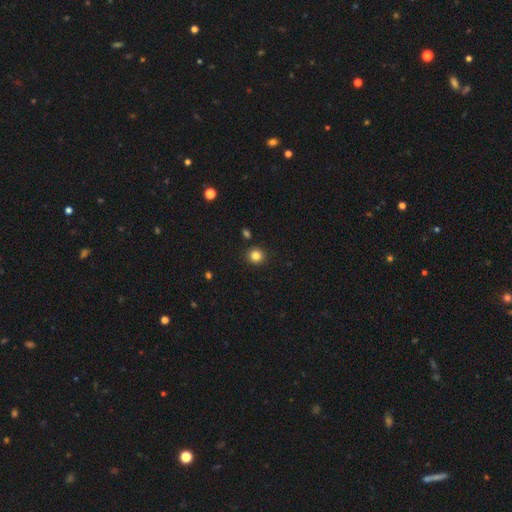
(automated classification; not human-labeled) smooth_or_featured: smooth (p=0.83) [alt: star or artifact p=0.12]
how_rounded: round (p=0.91) [alt: in between p=0.08]
merging: none (p=0.91) [alt: minor disturbance p=0.05]